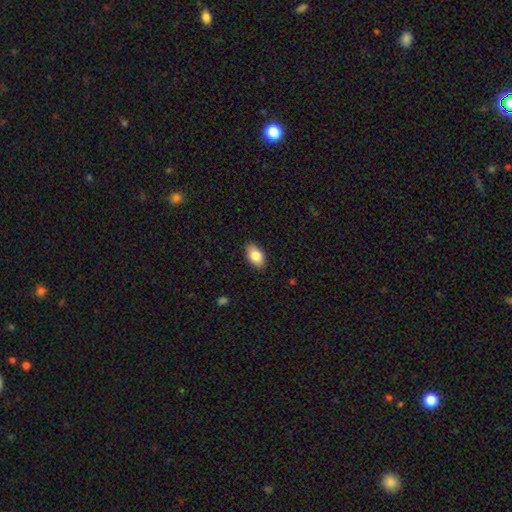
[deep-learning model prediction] A smooth galaxy with no disk features (82%) that is in between round and cigar-shaped (92%).

Vote fractions:
- Smooth or featured? smooth: 82% / featured or disk: 11% / star or artifact: 7%
- How rounded? in between: 92% / round: 7% / cigar-shaped: 2%
- Merging? none: 87% / minor disturbance: 10% / major disturbance: 2% / merger: 1%